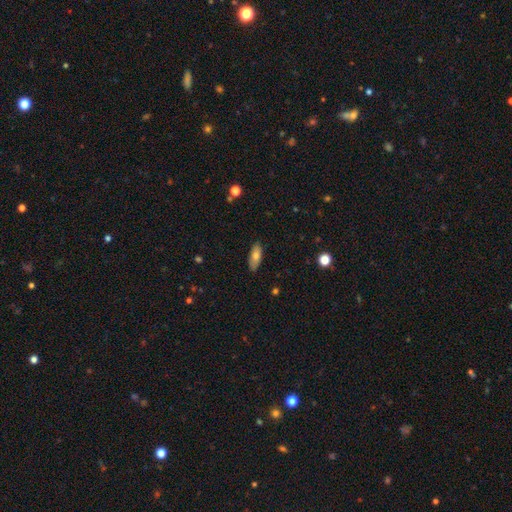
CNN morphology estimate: Smooth or featured: smooth — 71% (featured or disk — 22%)
How rounded: in between — 77% (cigar-shaped — 20%)
Merging: none — 86% (minor disturbance — 11%)